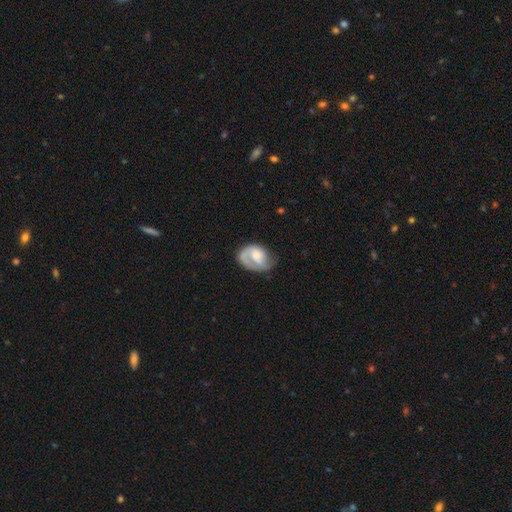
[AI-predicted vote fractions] This appears to be a featured or disk galaxy (60%) with no bar (63%), spiral arms (83%) and a moderate central bulge (32%). Merging: none (47%).